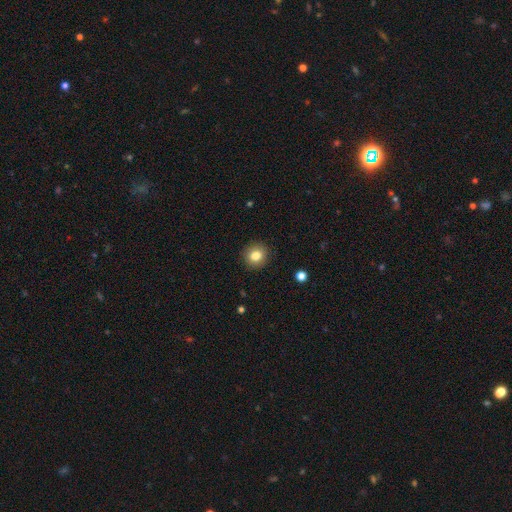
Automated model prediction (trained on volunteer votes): smooth-or-featured: smooth: 82% | star or artifact: 10% | featured or disk: 8%
  how-rounded: round: 89% | in between: 10% | cigar-shaped: 1%
  merging: none: 91% | minor disturbance: 6% | major disturbance: 2% | merger: 1%